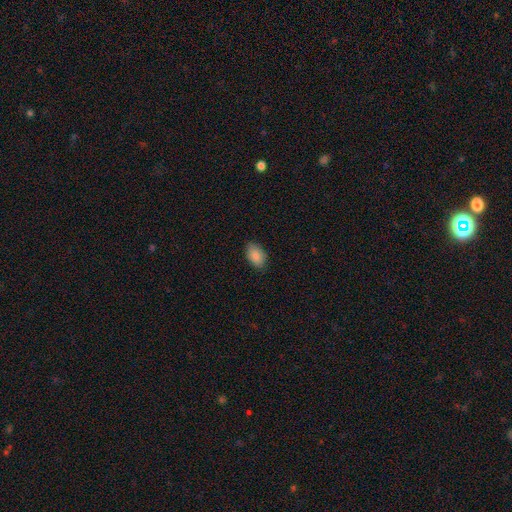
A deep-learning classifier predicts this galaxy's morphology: A smooth galaxy with no disk features (87%) that is in between round and cigar-shaped (90%). Merging: none (84%).